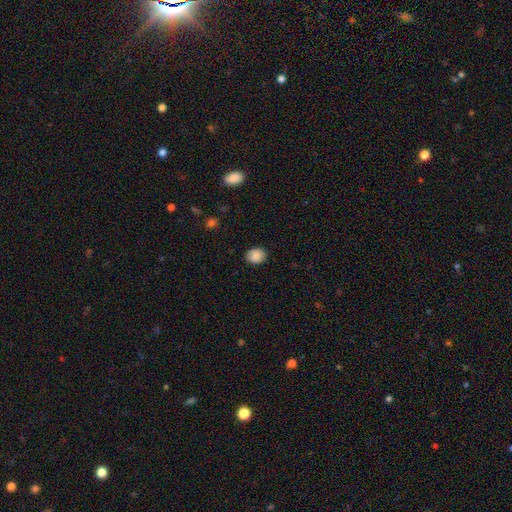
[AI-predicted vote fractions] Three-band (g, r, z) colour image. It shows a smooth galaxy with no disk features (87%) that is round (54%). Merging: none (86%).